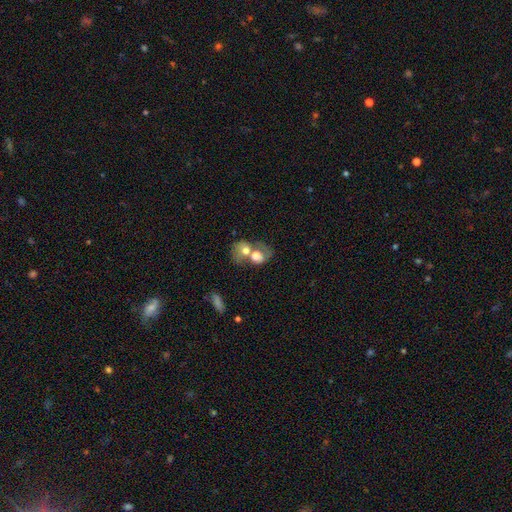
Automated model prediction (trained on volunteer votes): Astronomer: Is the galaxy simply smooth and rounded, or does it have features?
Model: smooth — 60%.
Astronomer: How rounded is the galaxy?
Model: in between — 54% (runner-up: round, 45%).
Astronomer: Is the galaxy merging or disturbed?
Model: merger — 72%.